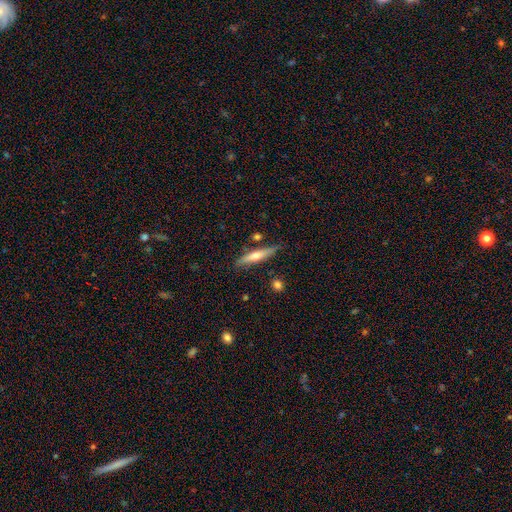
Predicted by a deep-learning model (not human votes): A featured or disk galaxy (52%) viewed edge-on (94%).

Vote fractions:
- Smooth or featured? featured or disk: 52% / smooth: 41% / star or artifact: 6%
- Edge-on disk? yes: 94% / no: 6%
- Merging? none: 83% / minor disturbance: 11% / merger: 4% / major disturbance: 2%